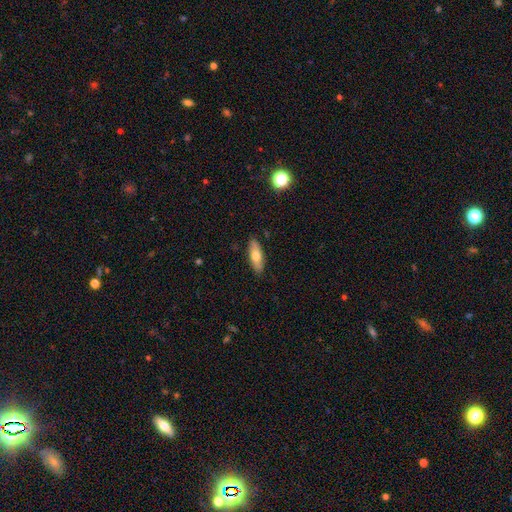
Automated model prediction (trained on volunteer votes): Smooth or featured?
  - smooth: 66% *
  - featured or disk: 28%
  - star or artifact: 6%
How rounded?
  - in between: 61% *
  - cigar-shaped: 36%
  - round: 3%
Merging?
  - none: 88% *
  - minor disturbance: 9%
  - major disturbance: 2%
  - merger: 1%